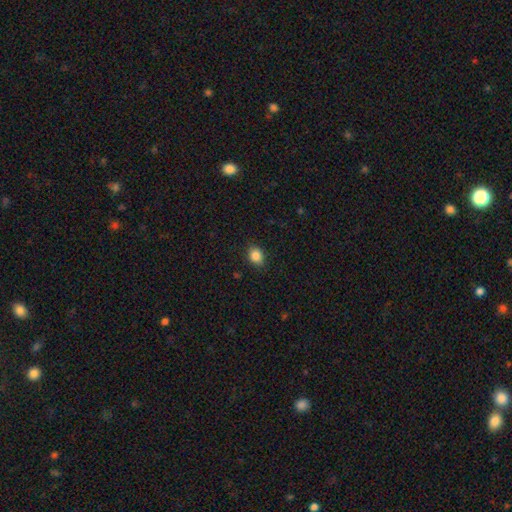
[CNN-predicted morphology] Smooth or featured?
  - smooth: 85% *
  - star or artifact: 10%
  - featured or disk: 5%
How rounded?
  - in between: 54% *
  - round: 45%
  - cigar-shaped: 1%
Merging?
  - none: 85% *
  - minor disturbance: 11%
  - major disturbance: 2%
  - merger: 1%